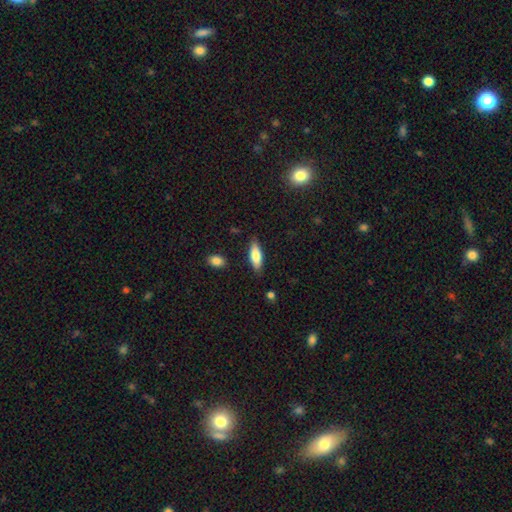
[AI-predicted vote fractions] This is likely a smooth galaxy (77%). How rounded: possibly in between (59%). Merging: clearly none (85%).